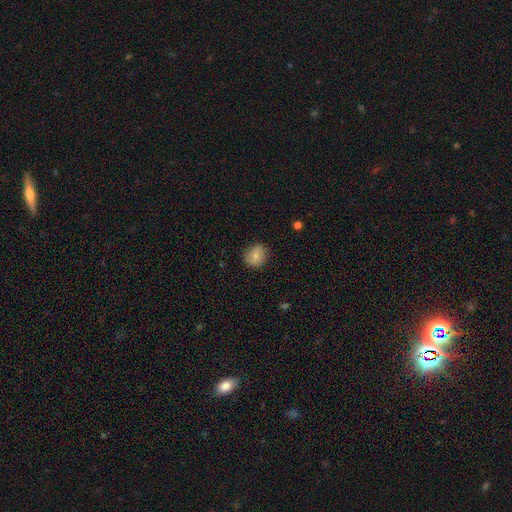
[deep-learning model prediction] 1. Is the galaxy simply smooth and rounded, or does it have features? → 78% smooth, 13% featured or disk, 9% star or artifact.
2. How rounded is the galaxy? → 69% round, 30% in between, 1% cigar-shaped.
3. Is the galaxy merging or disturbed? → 81% none, 14% minor disturbance, 3% major disturbance, 1% merger.